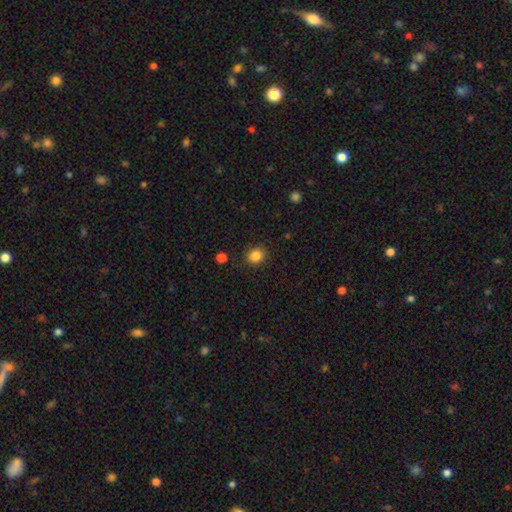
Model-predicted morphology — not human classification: smooth_or_featured: smooth (p=0.85) [alt: star or artifact p=0.11]
how_rounded: round (p=0.74) [alt: in between p=0.26]
merging: none (p=0.87) [alt: minor disturbance p=0.09]